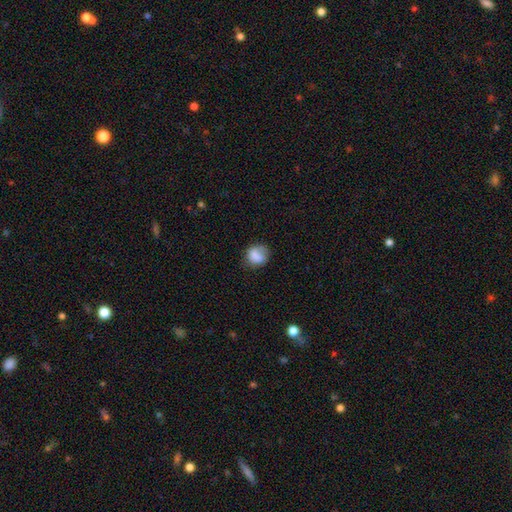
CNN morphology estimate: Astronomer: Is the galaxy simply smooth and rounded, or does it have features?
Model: smooth — 80%.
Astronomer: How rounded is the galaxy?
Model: round — 67%.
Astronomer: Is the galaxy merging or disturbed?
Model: none — 56%.